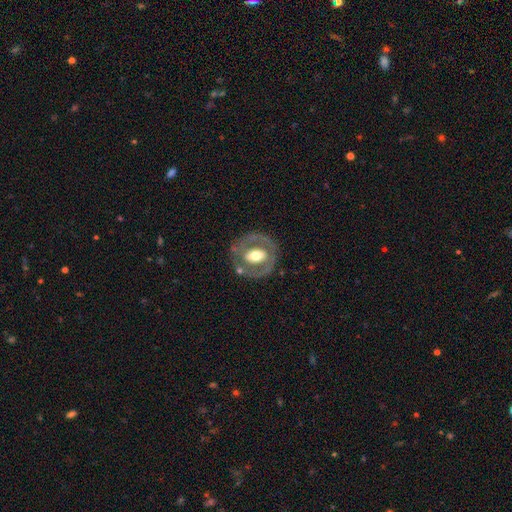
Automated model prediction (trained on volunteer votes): smooth_or_featured: featured or disk (p=0.63) [alt: smooth p=0.32]
disk_edge_on: no (p=0.94) [alt: yes p=0.06]
bar: no (p=0.50) [alt: weak p=0.28]
has_spiral_arms: no (p=0.75) [alt: yes p=0.25]
bulge_size: moderate (p=0.61) [alt: large p=0.27]
merging: none (p=0.71) [alt: minor disturbance p=0.16]